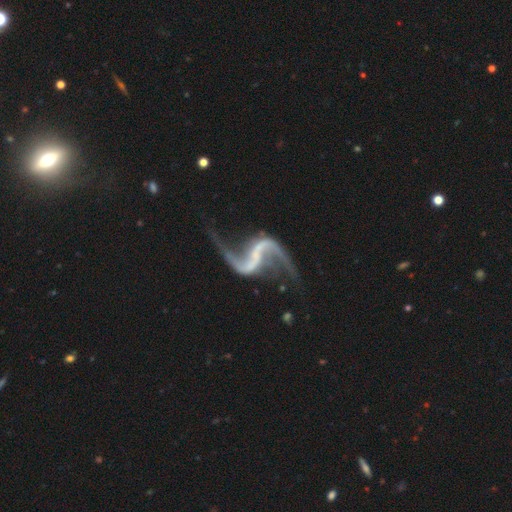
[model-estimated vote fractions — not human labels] Overall: featured or disk (93%). Edge-on disk: no (98%). Bar: strong (41%; weak 39%). Spiral arms: yes (98%). Spiral arm count: 2 (94%). Spiral winding: loose (89%). Bulge size: none (56%; small 35%). Merging: none (67%).